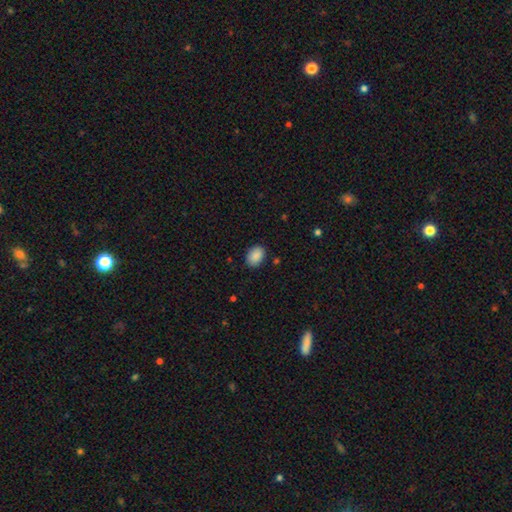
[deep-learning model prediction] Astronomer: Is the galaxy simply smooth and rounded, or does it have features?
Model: smooth — 89%.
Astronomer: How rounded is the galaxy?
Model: in between — 77%.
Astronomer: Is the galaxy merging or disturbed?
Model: none — 86%.